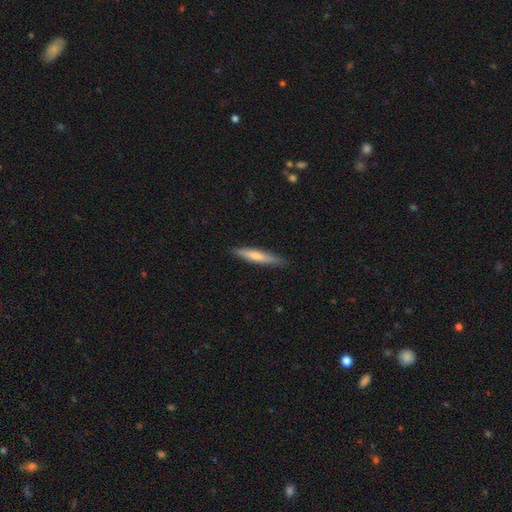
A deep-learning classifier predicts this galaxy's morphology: Overall: smooth (56%; featured or disk 37%). How rounded: cigar-shaped (92%). Merging: none (89%).